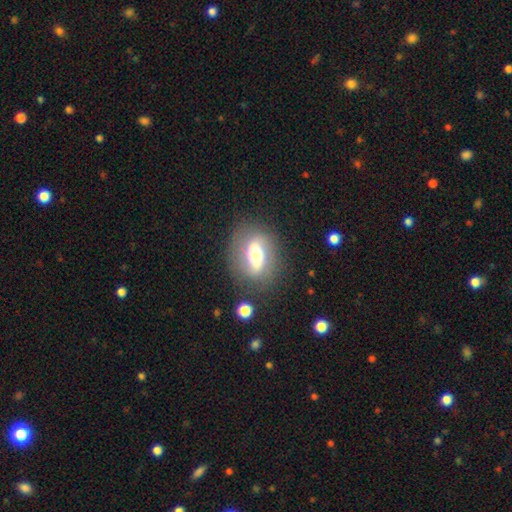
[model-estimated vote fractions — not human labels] A featured or disk galaxy (54%).

Vote fractions:
- Smooth or featured? featured or disk: 54% / smooth: 38% / star or artifact: 8%
- Edge-on disk? no: 85% / yes: 15%
- Merging? none: 77% / minor disturbance: 14% / major disturbance: 6% / merger: 2%